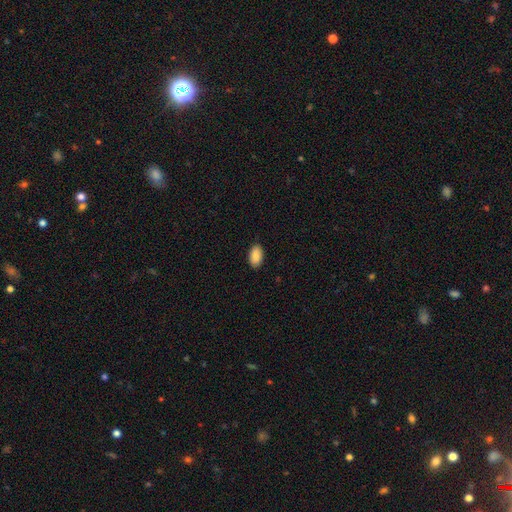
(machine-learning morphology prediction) A smooth galaxy with no disk features (89%) that is in between round and cigar-shaped (94%).

Vote fractions:
- Smooth or featured? smooth: 89% / star or artifact: 7% / featured or disk: 5%
- How rounded? in between: 94% / round: 4% / cigar-shaped: 2%
- Merging? none: 89% / minor disturbance: 8% / major disturbance: 2% / merger: 1%